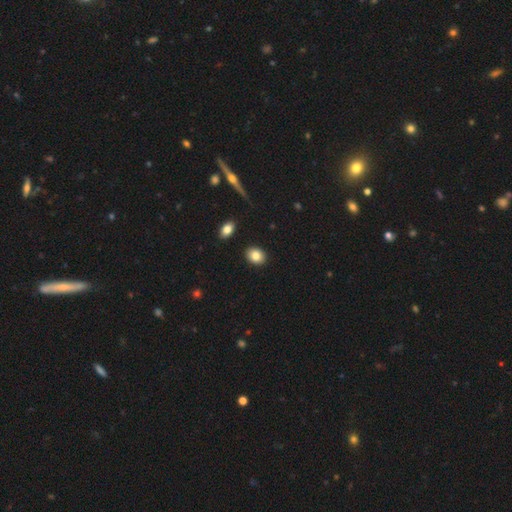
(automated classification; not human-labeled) A smooth galaxy with no disk features (85%) that is in between round and cigar-shaped (56%). Merging: none (90%).